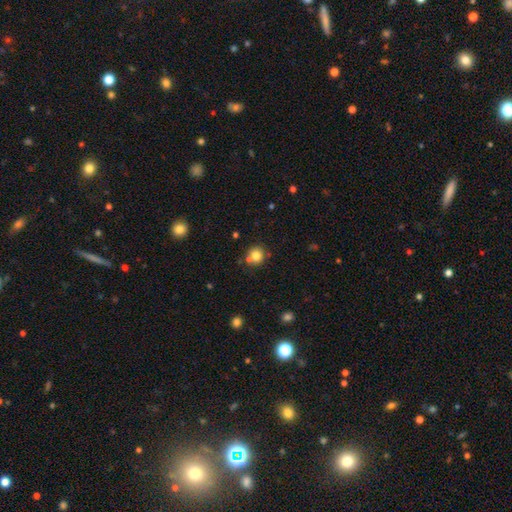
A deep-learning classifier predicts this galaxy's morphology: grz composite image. It shows a smooth galaxy with no disk features (81%) that is round (89%). Merging: none (72%).